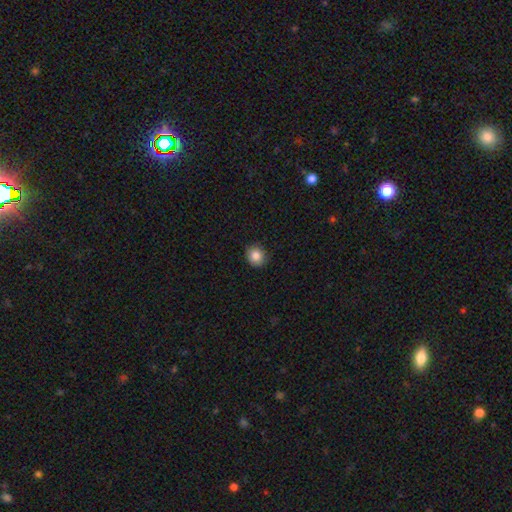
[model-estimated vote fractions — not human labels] This appears to be a smooth galaxy with no disk features (85%) that is round (87%). Merging: none (87%).